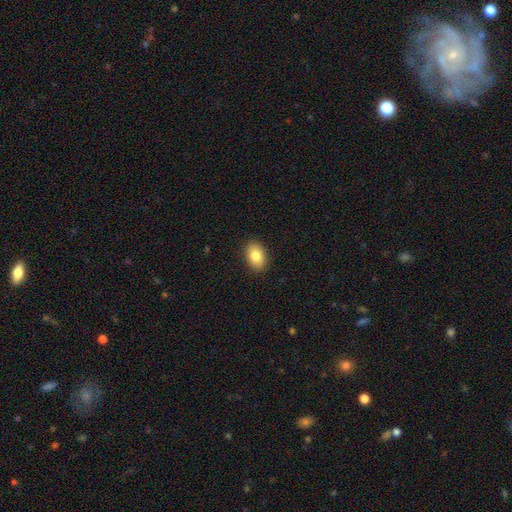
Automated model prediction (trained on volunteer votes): Overall: smooth (84%). How rounded: in between (84%). Merging: none (90%).